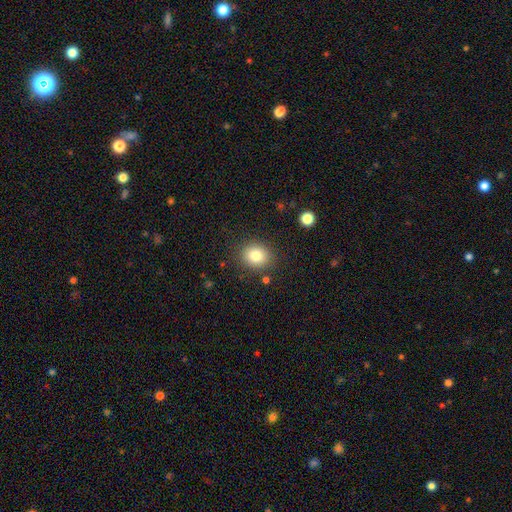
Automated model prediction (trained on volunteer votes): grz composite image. It shows a smooth galaxy with no disk features (82%) that is round (66%). Merging: none (86%).